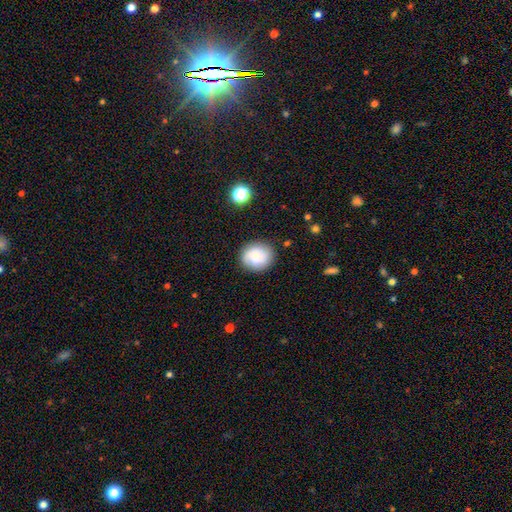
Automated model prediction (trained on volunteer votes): Smooth or featured? Predicted: smooth (p=0.66). How rounded? Predicted: round (p=0.77). Merging? Predicted: none (p=0.84).